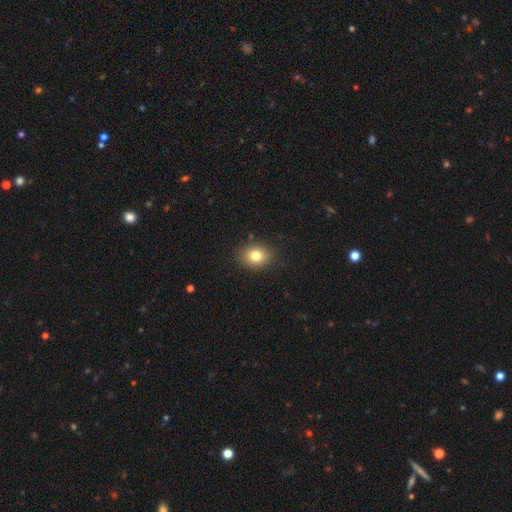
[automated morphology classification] A smooth galaxy with no disk features (80%) that is in between round and cigar-shaped (54%). Merging: none (87%).